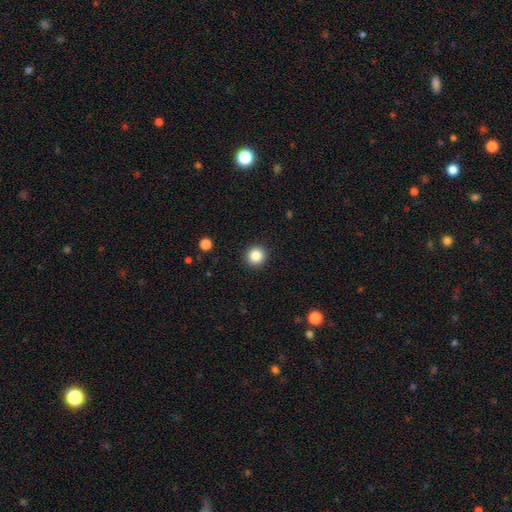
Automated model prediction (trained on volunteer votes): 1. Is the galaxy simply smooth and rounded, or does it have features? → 85% smooth, 11% star or artifact, 4% featured or disk.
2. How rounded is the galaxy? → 95% round, 4% in between, 1% cigar-shaped.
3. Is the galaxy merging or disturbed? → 93% none, 5% minor disturbance, 2% major disturbance, 1% merger.